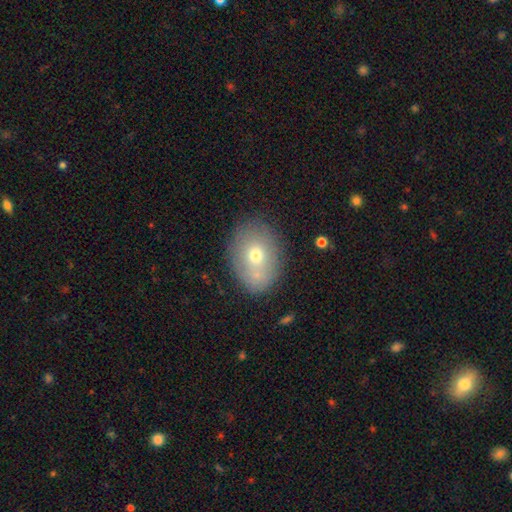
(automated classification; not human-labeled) Smooth or featured?
  - smooth: 68% *
  - featured or disk: 22%
  - star or artifact: 10%
How rounded?
  - in between: 62% *
  - round: 37%
  - cigar-shaped: 1%
Merging?
  - none: 70% *
  - minor disturbance: 14%
  - merger: 11%
  - major disturbance: 4%